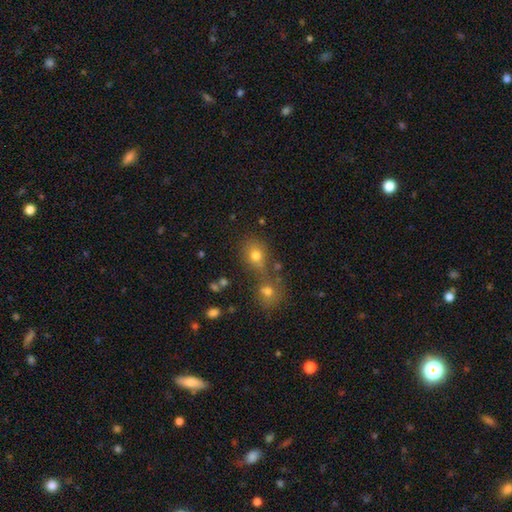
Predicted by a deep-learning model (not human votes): smooth-or-featured: smooth: 74% | star or artifact: 16% | featured or disk: 10%
  how-rounded: round: 69% | in between: 30% | cigar-shaped: 1%
  merging: none: 46% | merger: 37% | minor disturbance: 11% | major disturbance: 6%